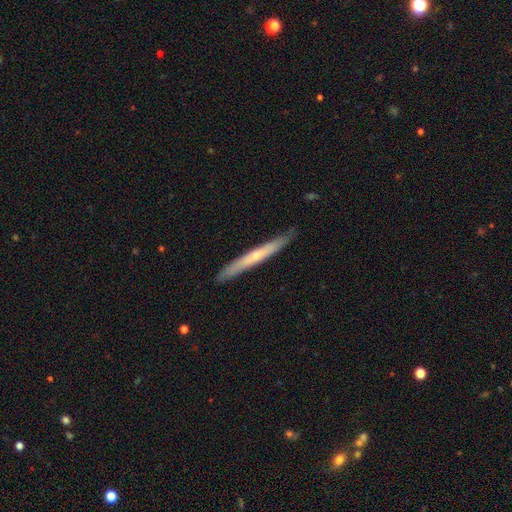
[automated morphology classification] Overall: featured or disk (49%; smooth 45%). Merging: none (87%).